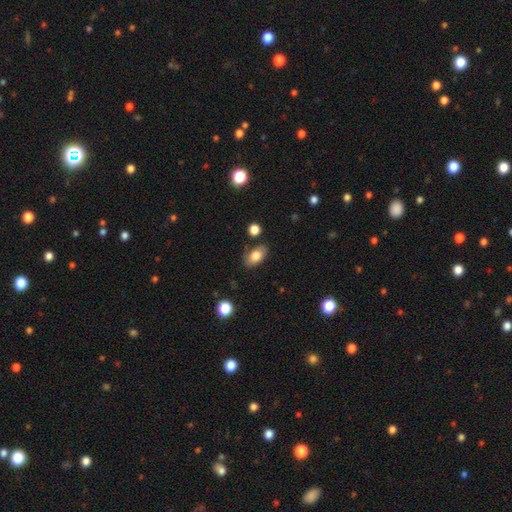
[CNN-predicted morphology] Q: Smooth or featured?
A: smooth (80%); runner-up: featured or disk (12%)
Q: How rounded?
A: in between (90%); runner-up: round (8%)
Q: Merging?
A: none (79%); runner-up: minor disturbance (14%)